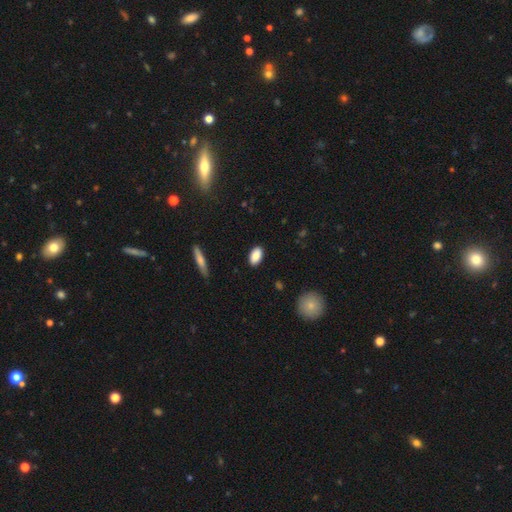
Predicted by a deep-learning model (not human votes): Smooth or featured: smooth — 87% (star or artifact — 7%)
How rounded: in between — 92% (round — 5%)
Merging: none — 88% (minor disturbance — 9%)